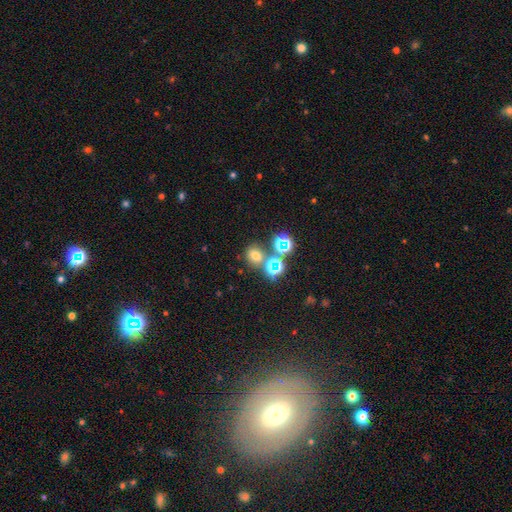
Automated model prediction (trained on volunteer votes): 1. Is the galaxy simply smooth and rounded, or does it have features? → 58% smooth, 33% star or artifact, 9% featured or disk.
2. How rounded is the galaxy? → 69% round, 30% in between, 1% cigar-shaped.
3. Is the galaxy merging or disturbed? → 67% none, 19% merger, 10% minor disturbance, 4% major disturbance.